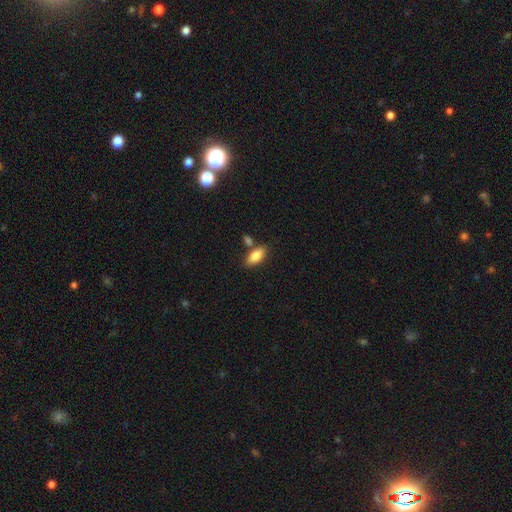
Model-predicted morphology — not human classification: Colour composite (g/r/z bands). It shows a smooth galaxy with no disk features (84%) that is in between round and cigar-shaped (86%). Merging: none (71%).